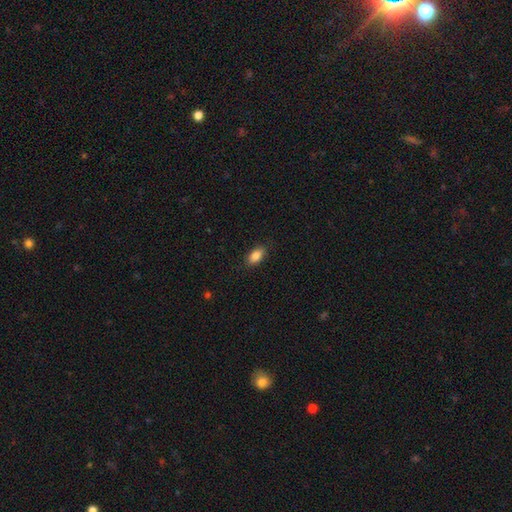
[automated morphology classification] A smooth galaxy with no disk features (86%) that is in between round and cigar-shaped (90%). Merging: none (87%).